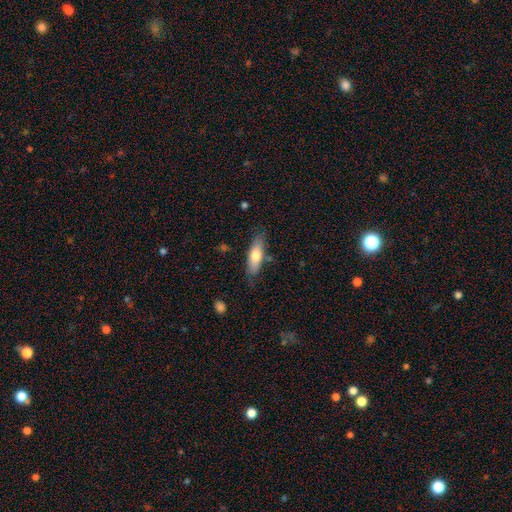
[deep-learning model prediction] This is likely a smooth galaxy (68%). How rounded: possibly in between (59%). Merging: likely none (77%).